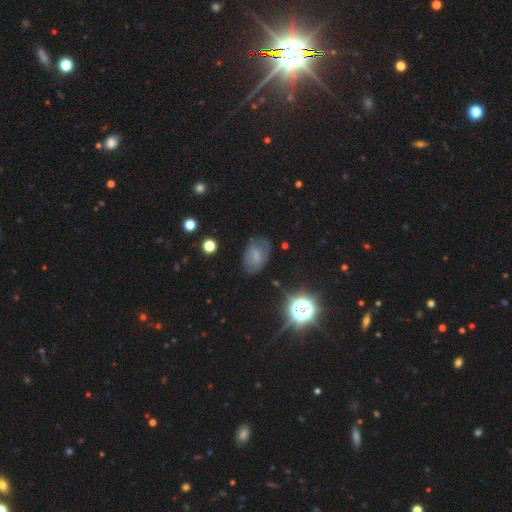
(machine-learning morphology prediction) Smooth or featured: smooth — 57% (featured or disk — 27%)
How rounded: in between — 83% (round — 15%)
Merging: none — 68% (minor disturbance — 21%)